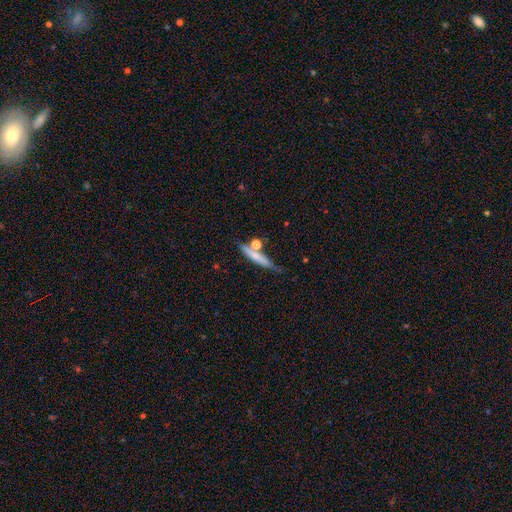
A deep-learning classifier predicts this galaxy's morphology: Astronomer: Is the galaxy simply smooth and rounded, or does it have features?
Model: smooth — 62%.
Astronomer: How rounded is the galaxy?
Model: cigar-shaped — 80%.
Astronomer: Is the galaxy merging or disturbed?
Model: none — 56%.